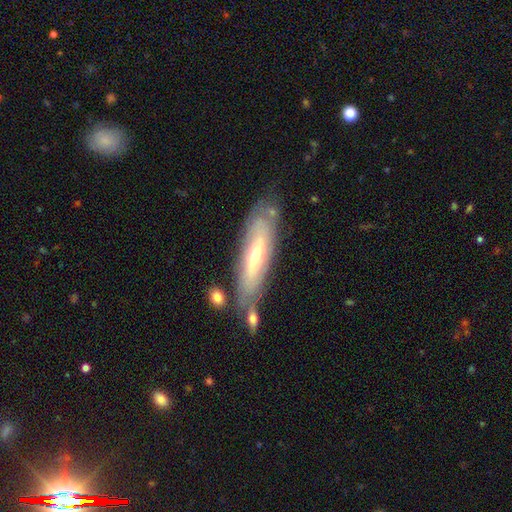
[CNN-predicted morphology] smooth_or_featured: featured or disk (p=0.63) [alt: smooth p=0.31]
disk_edge_on: no (p=0.60) [alt: yes p=0.40]
merging: none (p=0.66) [alt: minor disturbance p=0.20]